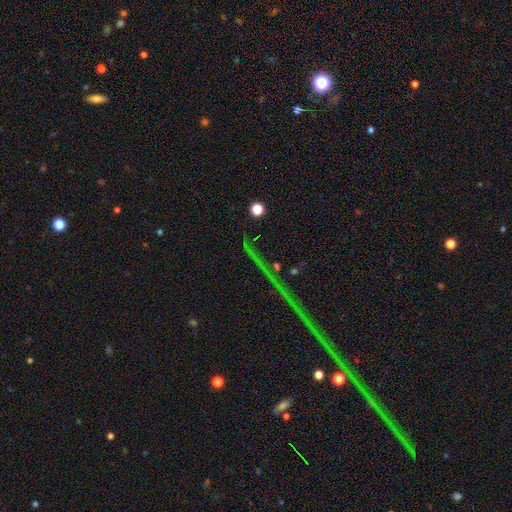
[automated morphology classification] A star or artifact, not a galaxy (80%).

Vote fractions:
- Smooth or featured? star or artifact: 80% / featured or disk: 10% / smooth: 10%